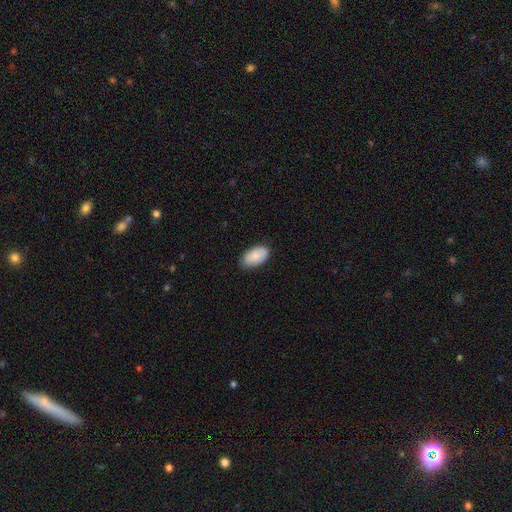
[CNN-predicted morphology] Overall: smooth (86%). How rounded: in between (95%). Merging: none (82%).